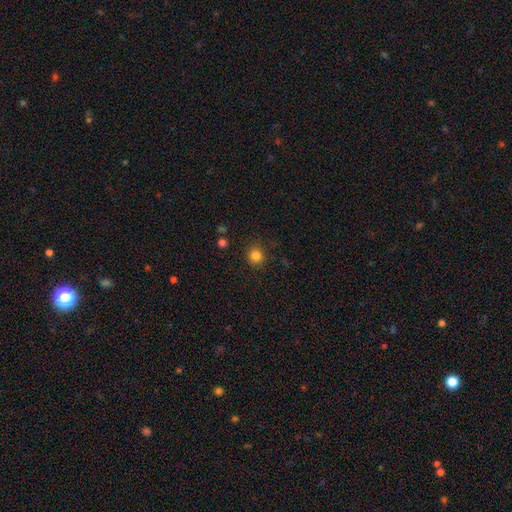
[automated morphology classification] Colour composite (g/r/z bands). It shows a smooth galaxy with no disk features (83%) that is round (91%). Merging: none (88%).